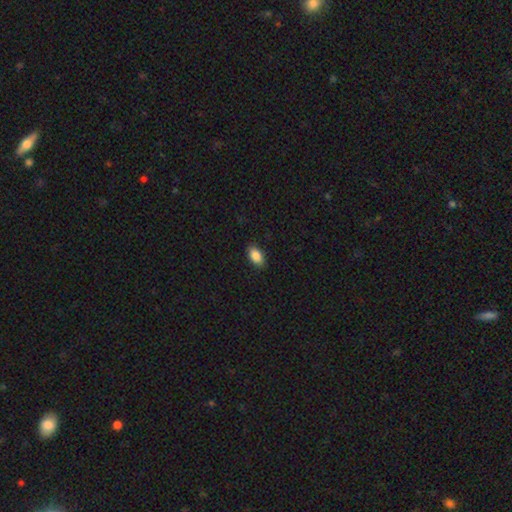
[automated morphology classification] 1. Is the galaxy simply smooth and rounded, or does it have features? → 87% smooth, 8% star or artifact, 5% featured or disk.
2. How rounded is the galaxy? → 91% in between, 6% round, 3% cigar-shaped.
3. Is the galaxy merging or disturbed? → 88% none, 9% minor disturbance, 2% major disturbance, 1% merger.